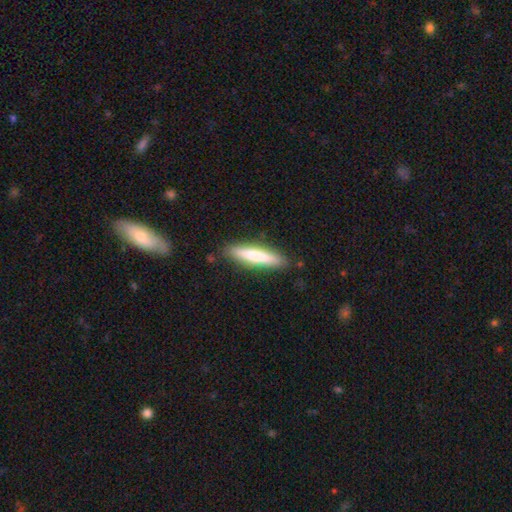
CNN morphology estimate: Smooth or featured? Predicted: smooth (p=0.72). How rounded? Predicted: cigar-shaped (p=0.83). Merging? Predicted: none (p=0.86).